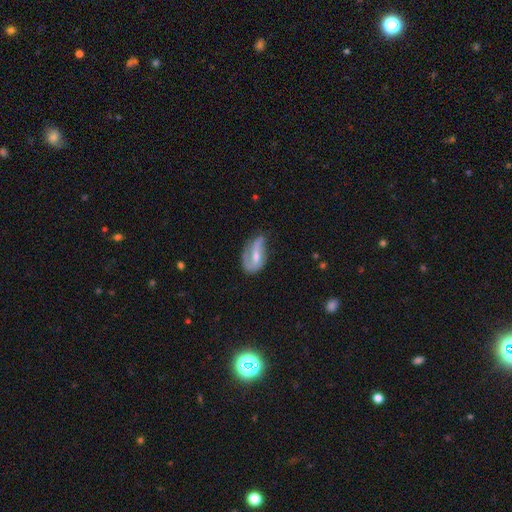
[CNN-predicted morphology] type=featured or disk (63%); edge-on=no (94%); bar=weak (42%); spiral arms=yes (79%); bulge=moderate (47%); merging=none (38%).